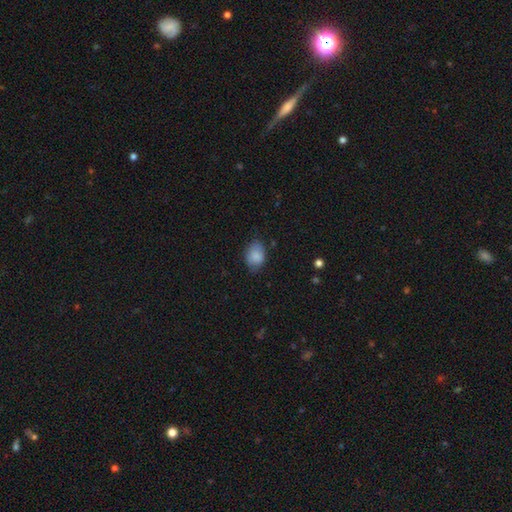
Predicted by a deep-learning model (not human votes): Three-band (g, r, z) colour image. It shows a smooth galaxy with no disk features (86%) that is in between round and cigar-shaped (77%). Merging: none (74%).